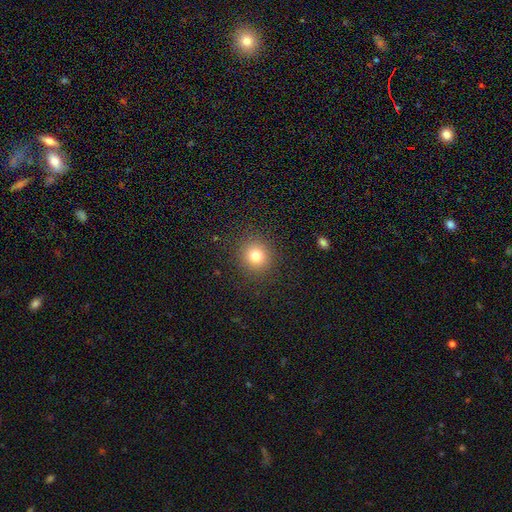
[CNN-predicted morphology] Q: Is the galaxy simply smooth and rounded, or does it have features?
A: smooth — 79%.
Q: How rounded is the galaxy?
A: round — 90%.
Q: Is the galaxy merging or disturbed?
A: none — 90%.